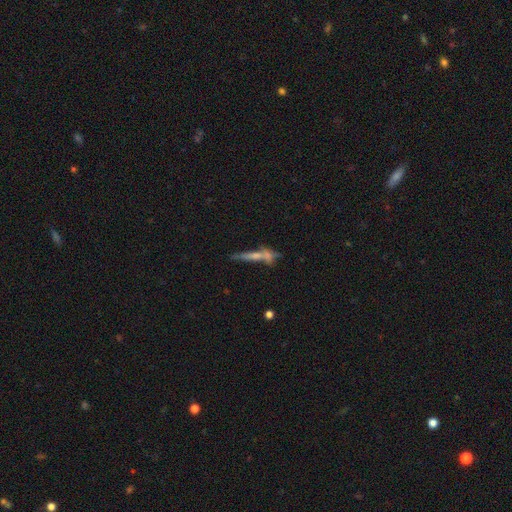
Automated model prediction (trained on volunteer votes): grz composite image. It shows a featured or disk galaxy (46%). Merging: none (50%).